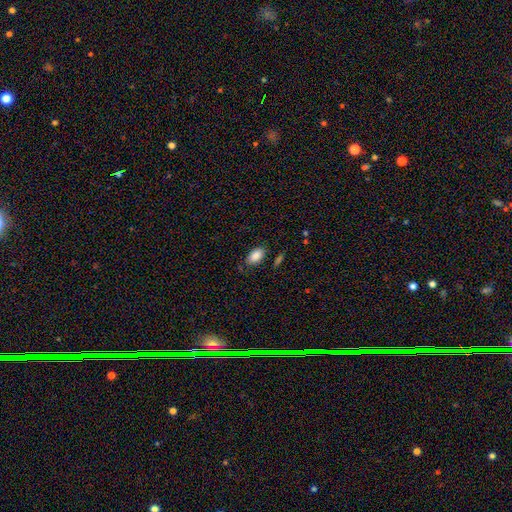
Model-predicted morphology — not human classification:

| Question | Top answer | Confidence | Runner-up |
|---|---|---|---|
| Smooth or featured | smooth | 87% | star or artifact (8%) |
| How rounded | in between | 93% | round (5%) |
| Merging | none | 78% | minor disturbance (15%) |